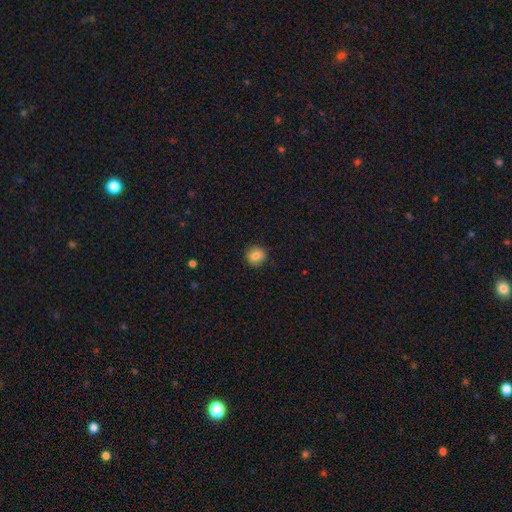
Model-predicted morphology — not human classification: Smooth or featured?
  - smooth: 83% *
  - star or artifact: 10%
  - featured or disk: 7%
How rounded?
  - round: 88% *
  - in between: 11%
  - cigar-shaped: 1%
Merging?
  - none: 89% *
  - minor disturbance: 8%
  - major disturbance: 2%
  - merger: 1%